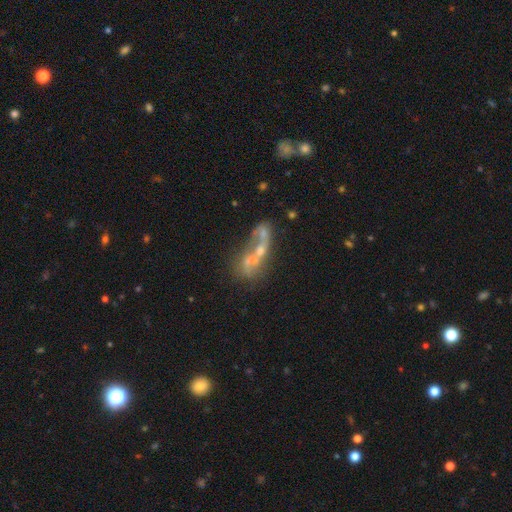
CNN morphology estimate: A featured or disk galaxy (55%).

Vote fractions:
- Smooth or featured? featured or disk: 55% / smooth: 29% / star or artifact: 15%
- Edge-on disk? no: 87% / yes: 13%
- Merging? merger: 47% / none: 24% / major disturbance: 18% / minor disturbance: 11%